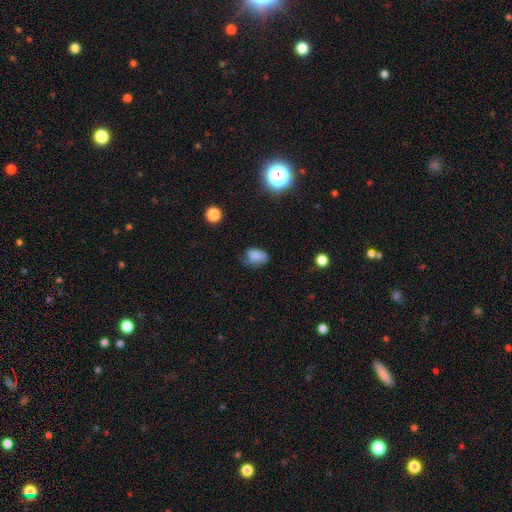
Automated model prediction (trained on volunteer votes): smooth-or-featured: smooth: 77% | star or artifact: 12% | featured or disk: 11%
  how-rounded: in between: 84% | round: 14% | cigar-shaped: 2%
  merging: none: 47% | minor disturbance: 36% | major disturbance: 15% | merger: 3%